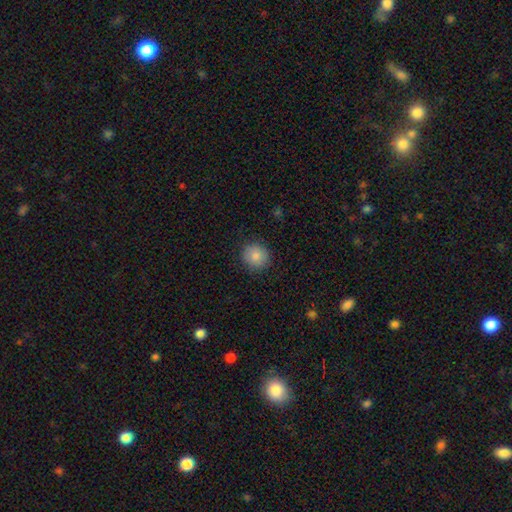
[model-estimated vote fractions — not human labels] This is clearly a smooth galaxy (85%). How rounded: clearly round (89%). Merging: clearly none (89%).